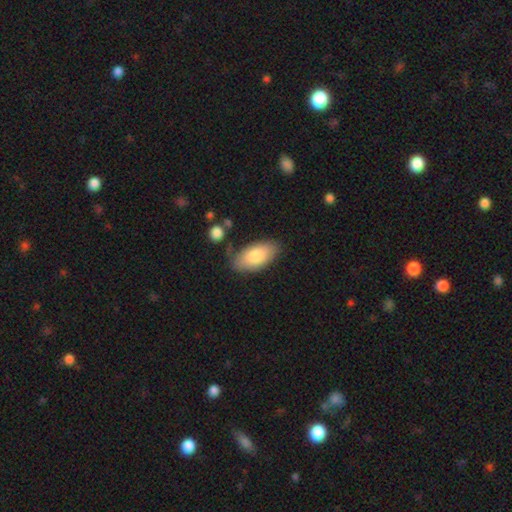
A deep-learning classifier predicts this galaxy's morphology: A smooth galaxy with no disk features (82%) that is in between round and cigar-shaped (94%). Merging: none (74%).